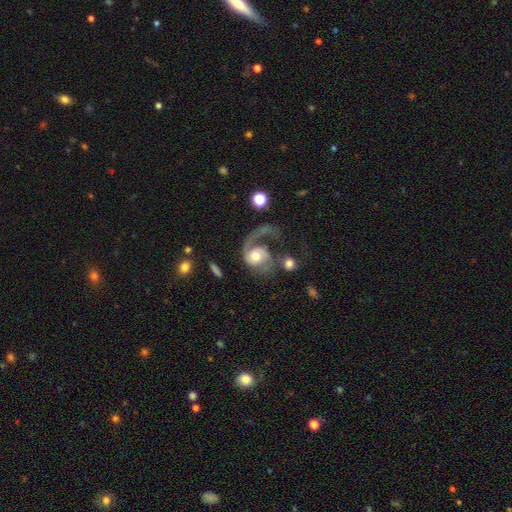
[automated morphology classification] This is likely a featured or disk galaxy (80%). It is clearly not viewed edge-on (98%). Bar: likely no (69%). Spiral arm pattern: clearly yes (94%). Spiral arm count: likely 1 (64%). Spiral winding: marginally loose (44%). Central bulge: likely moderate (66%). Merging: possibly major disturbance (45%).